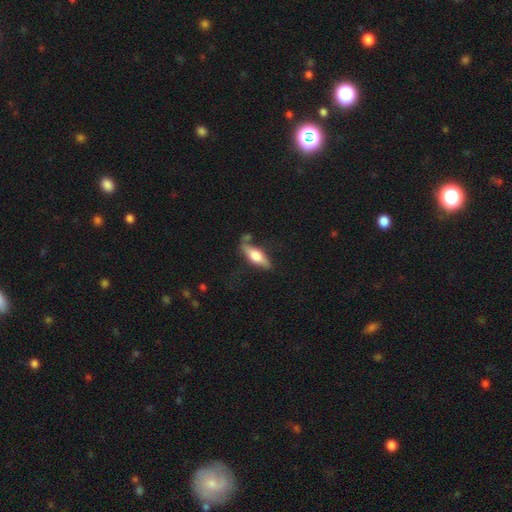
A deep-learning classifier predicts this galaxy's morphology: This appears to be a smooth galaxy with no disk features (53%) that is in between round and cigar-shaped (53%). Merging: none (61%).